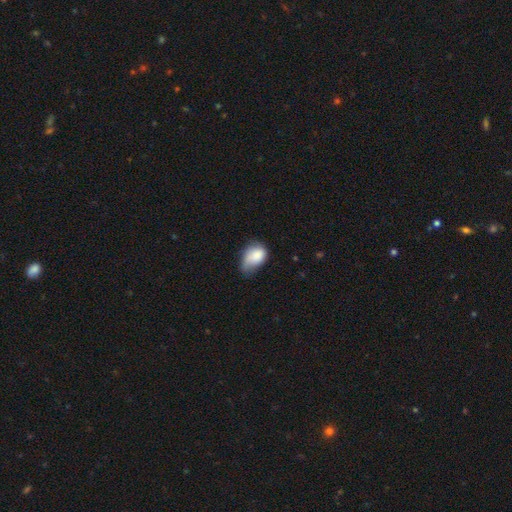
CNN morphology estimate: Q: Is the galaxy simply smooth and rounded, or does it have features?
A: smooth — 79%.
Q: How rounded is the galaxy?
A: in between — 76%.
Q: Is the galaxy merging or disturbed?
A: minor disturbance — 47%.